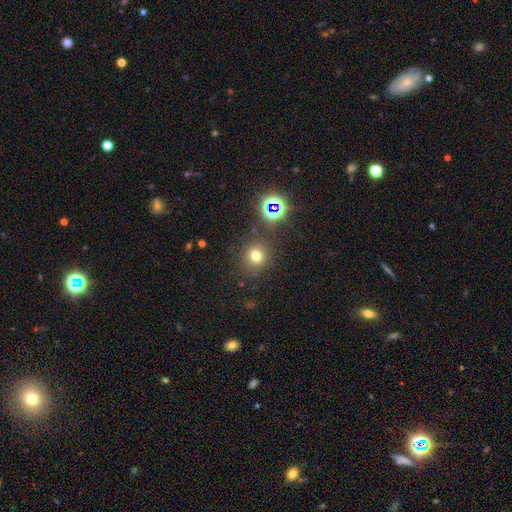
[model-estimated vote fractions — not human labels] smooth_or_featured: smooth (p=0.68) [alt: star or artifact p=0.24]
how_rounded: round (p=0.86) [alt: in between p=0.13]
merging: none (p=0.84) [alt: minor disturbance p=0.09]